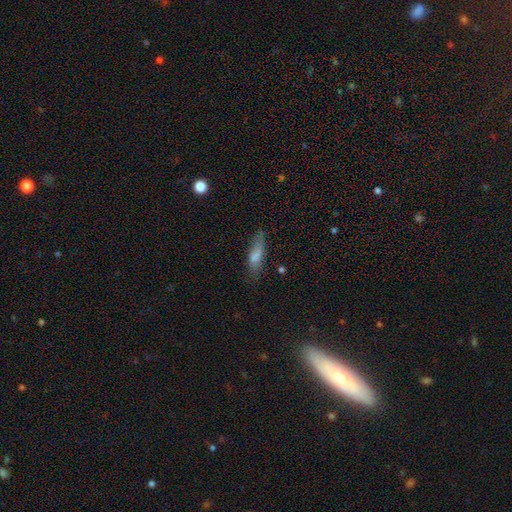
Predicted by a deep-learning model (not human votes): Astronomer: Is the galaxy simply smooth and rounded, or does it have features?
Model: smooth — 75%.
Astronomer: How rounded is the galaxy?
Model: cigar-shaped — 53% (runner-up: in between, 45%).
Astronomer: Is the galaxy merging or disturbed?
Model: none — 65%.